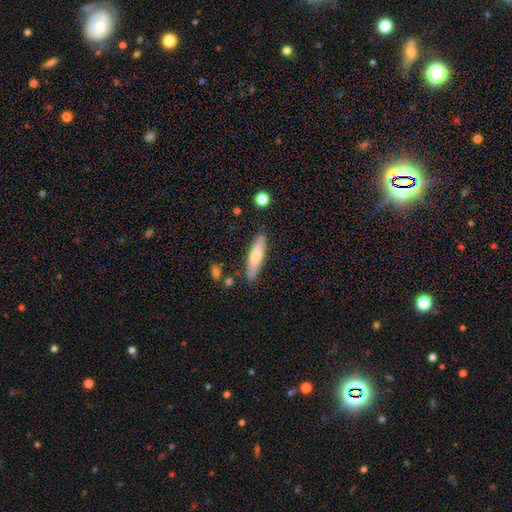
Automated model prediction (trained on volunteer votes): This is likely a smooth galaxy (60%). How rounded: likely cigar-shaped (73%). Merging: clearly none (84%).